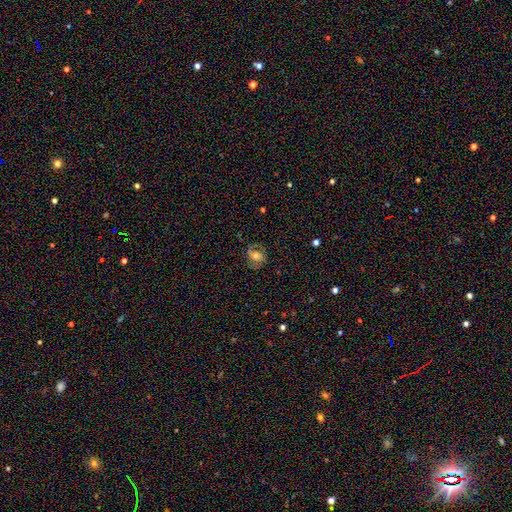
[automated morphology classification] Smooth or featured? featured or disk (52%)
Edge-on disk? no (95%)
Merging? none (73%)